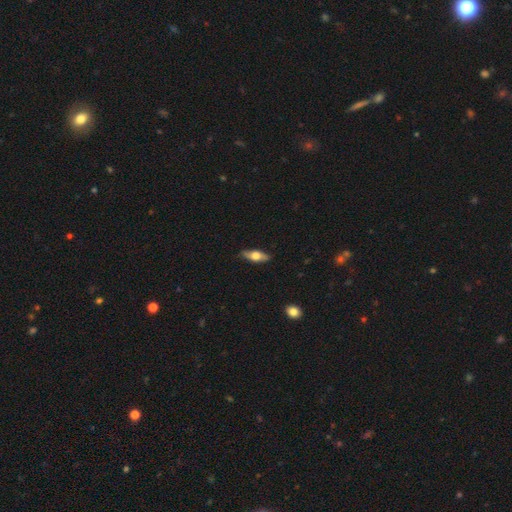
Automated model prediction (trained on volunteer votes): This appears to be a smooth galaxy with no disk features (48%). Merging: none (84%).